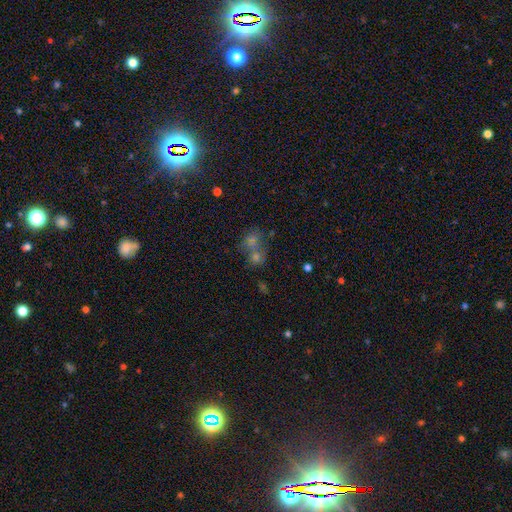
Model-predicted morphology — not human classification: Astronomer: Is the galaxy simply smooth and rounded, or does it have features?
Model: smooth — 49% (runner-up: star or artifact, 34%).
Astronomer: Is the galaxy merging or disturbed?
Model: merger — 49% (runner-up: none, 39%).